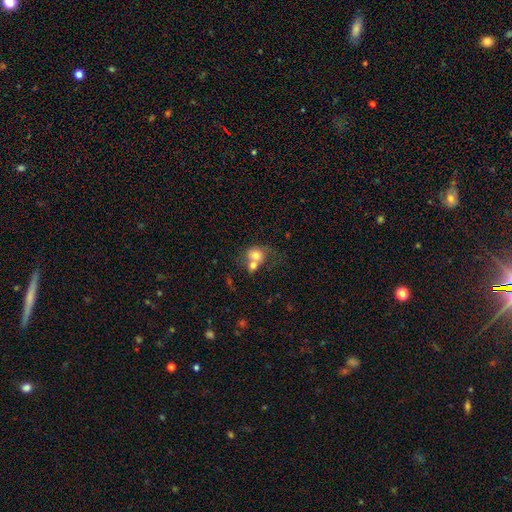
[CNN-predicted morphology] smooth 70%, featured or disk 20%, star or artifact 10%. Down the decision tree: how rounded — round (64%); merging — merger (65%).